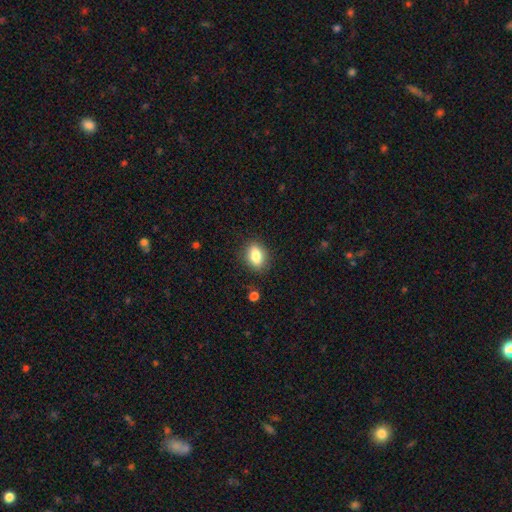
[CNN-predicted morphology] This is clearly a smooth galaxy (81%). How rounded: likely in between (77%). Merging: clearly none (87%).